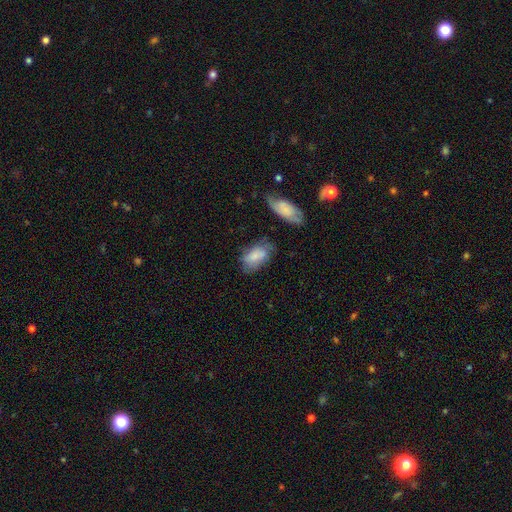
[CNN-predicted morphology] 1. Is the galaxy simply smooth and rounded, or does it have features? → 74% smooth, 19% featured or disk, 7% star or artifact.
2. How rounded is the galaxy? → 91% in between, 5% round, 5% cigar-shaped.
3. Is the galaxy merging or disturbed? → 52% none, 29% minor disturbance, 11% major disturbance, 8% merger.